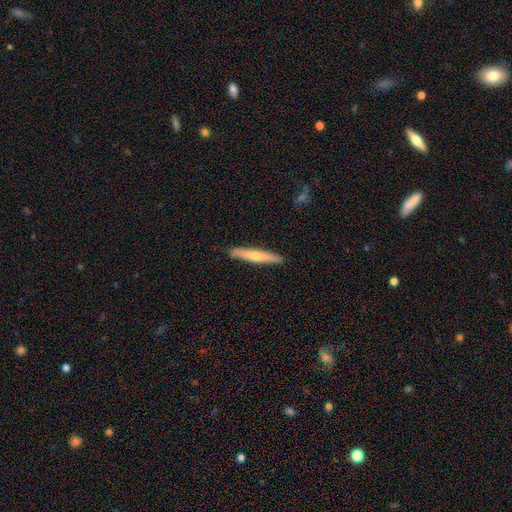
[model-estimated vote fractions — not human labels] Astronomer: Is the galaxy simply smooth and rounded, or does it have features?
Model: smooth — 54% (runner-up: featured or disk, 40%).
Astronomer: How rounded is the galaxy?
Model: cigar-shaped — 94%.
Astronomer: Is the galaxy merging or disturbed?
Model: none — 90%.